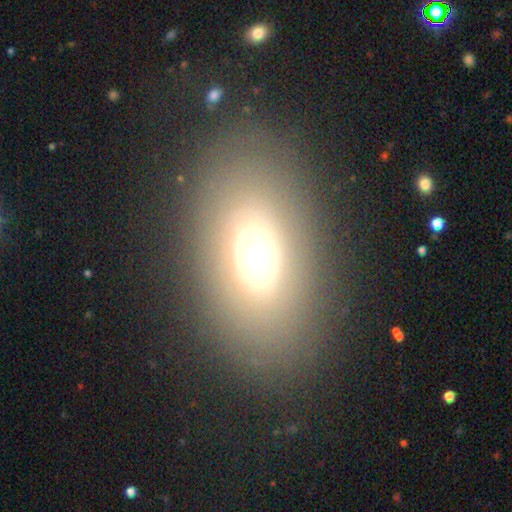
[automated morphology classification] Q: Smooth or featured?
A: smooth (55%); runner-up: featured or disk (30%)
Q: How rounded?
A: in between (84%); runner-up: round (14%)
Q: Merging?
A: none (81%); runner-up: minor disturbance (11%)